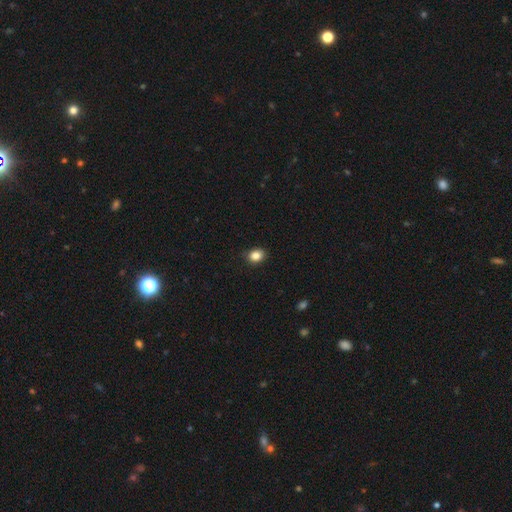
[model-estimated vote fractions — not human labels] Smooth or featured? Predicted: smooth (p=0.85). How rounded? Predicted: in between (p=0.53). Merging? Predicted: none (p=0.86).